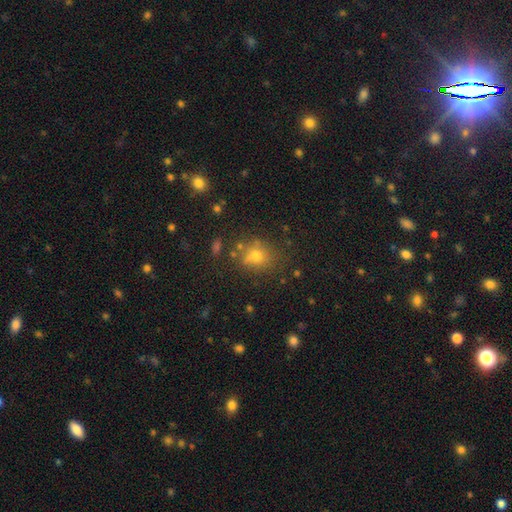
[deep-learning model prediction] smooth 70%, star or artifact 19%, featured or disk 11%. Down the decision tree: how rounded — round (68%); merging — none (70%).